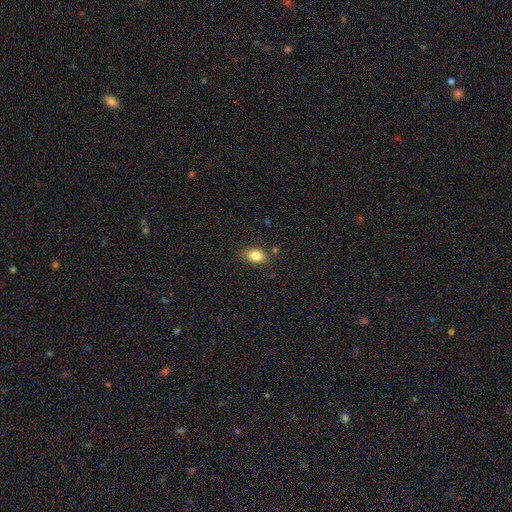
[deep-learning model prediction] A smooth galaxy with no disk features (83%) that is in between round and cigar-shaped (78%).

Vote fractions:
- Smooth or featured? smooth: 83% / star or artifact: 9% / featured or disk: 8%
- How rounded? in between: 78% / round: 20% / cigar-shaped: 2%
- Merging? none: 75% / minor disturbance: 17% / merger: 4% / major disturbance: 4%